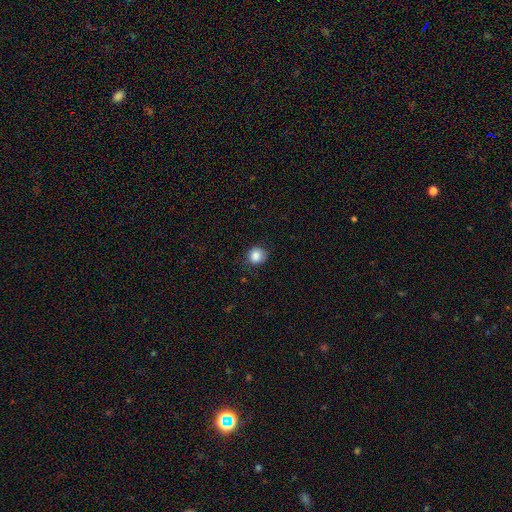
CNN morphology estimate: smooth-or-featured: smooth: 87% | star or artifact: 9% | featured or disk: 4%
  how-rounded: round: 84% | in between: 15% | cigar-shaped: 1%
  merging: none: 81% | minor disturbance: 15% | major disturbance: 3% | merger: 1%